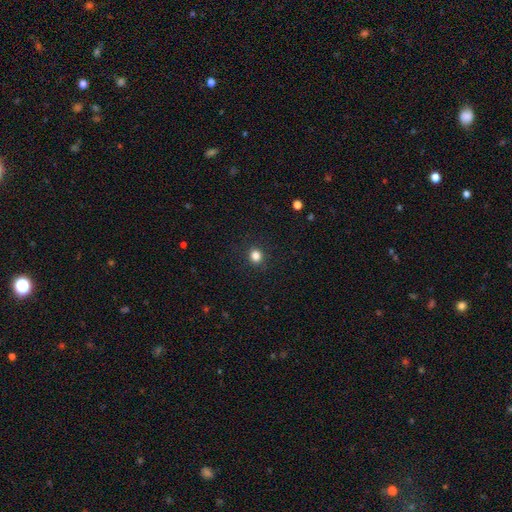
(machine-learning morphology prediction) A smooth galaxy with no disk features (84%) that is round (83%). Merging: none (90%).